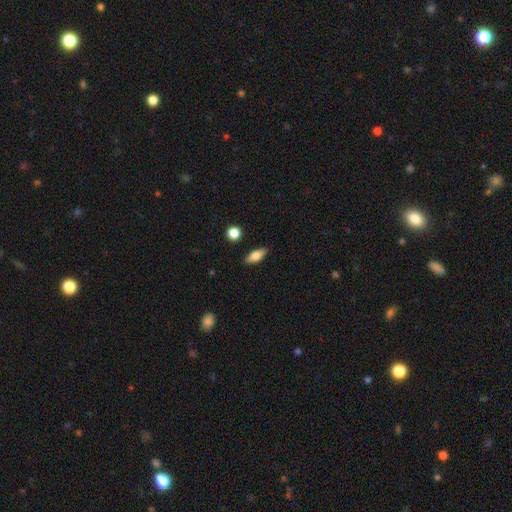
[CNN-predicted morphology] Smooth or featured?
  - smooth: 71% *
  - featured or disk: 22%
  - star or artifact: 7%
How rounded?
  - in between: 71% *
  - cigar-shaped: 25%
  - round: 4%
Merging?
  - none: 86% *
  - minor disturbance: 10%
  - major disturbance: 2%
  - merger: 2%